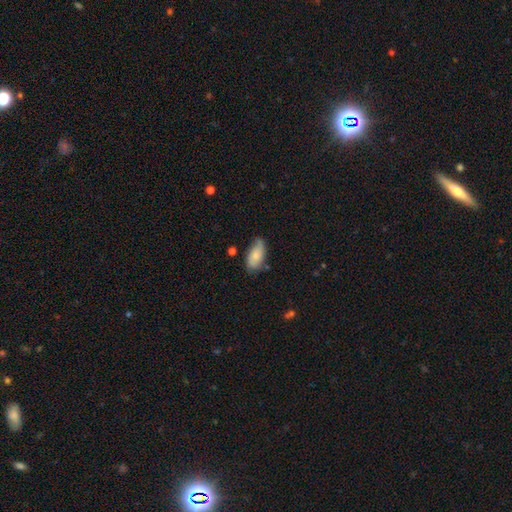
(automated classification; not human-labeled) The model was most divided on "merging": none: 57%, minor disturbance: 32%, major disturbance: 7%, merger: 4%. More confident: how rounded — in between (92%); smooth or featured — smooth (74%).